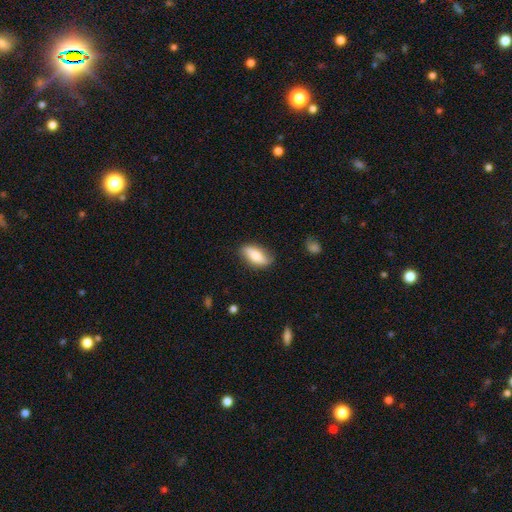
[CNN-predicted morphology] type=smooth (65%); roundness=in between (78%); merging=none (79%).